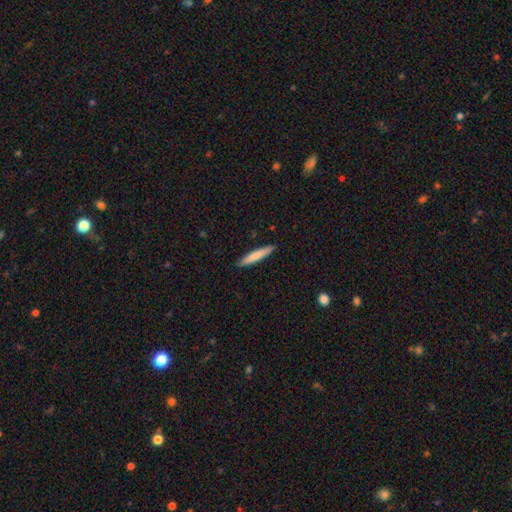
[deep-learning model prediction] smooth_or_featured: smooth (p=0.77) [alt: featured or disk p=0.17]
how_rounded: cigar-shaped (p=0.93) [alt: in between p=0.06]
merging: none (p=0.90) [alt: minor disturbance p=0.07]